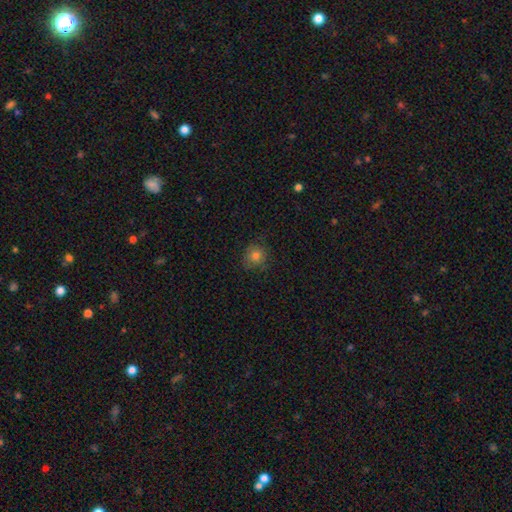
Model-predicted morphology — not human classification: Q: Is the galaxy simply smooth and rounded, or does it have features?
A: smooth — 80%.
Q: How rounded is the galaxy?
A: round — 87%.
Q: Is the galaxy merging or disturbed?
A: none — 80%.